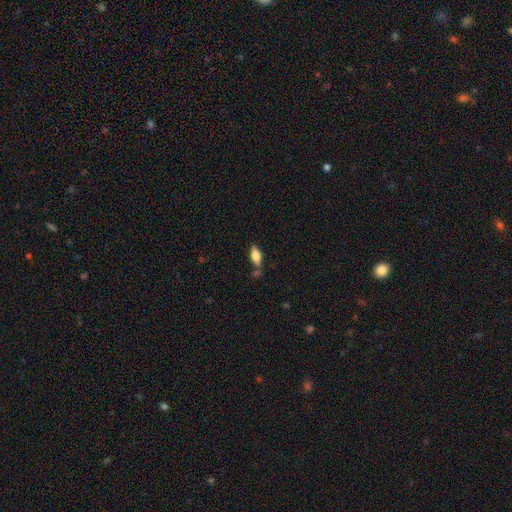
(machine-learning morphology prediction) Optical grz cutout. It shows a smooth galaxy with no disk features (76%) that is in between round and cigar-shaped (84%). Merging: none (71%).